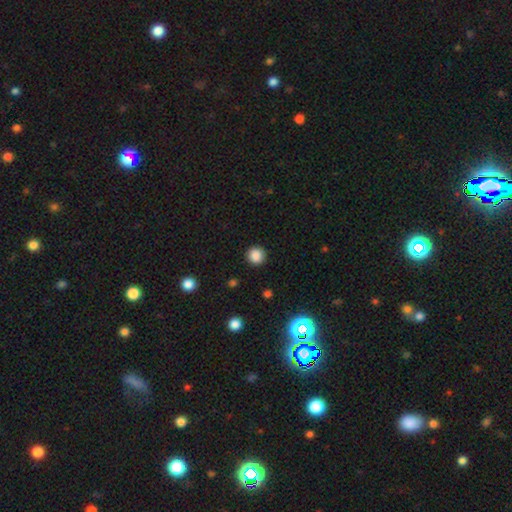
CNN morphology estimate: This is clearly a smooth galaxy (86%). How rounded: clearly round (93%). Merging: clearly none (91%).